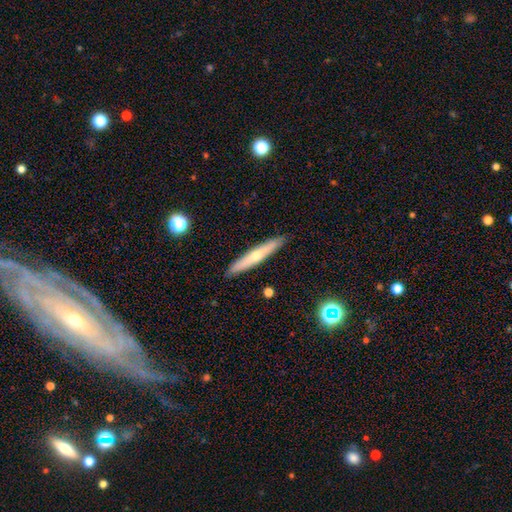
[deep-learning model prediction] Morphology: type=featured or disk (57%); edge-on=yes (91%); edge-on bulge=rounded (80%); merging=none (89%).